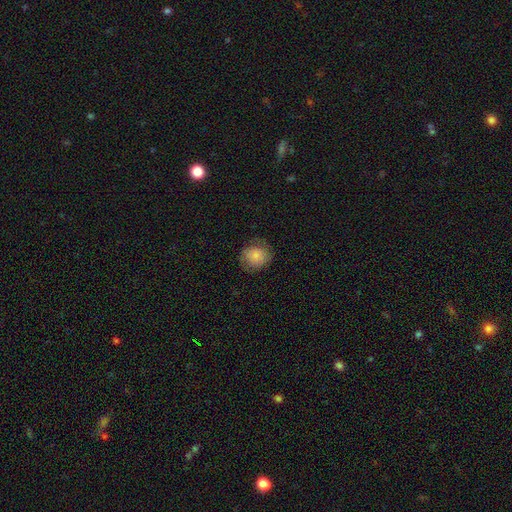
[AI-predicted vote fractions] Smooth or featured? smooth (78%)
How rounded? round (77%)
Merging? none (71%)